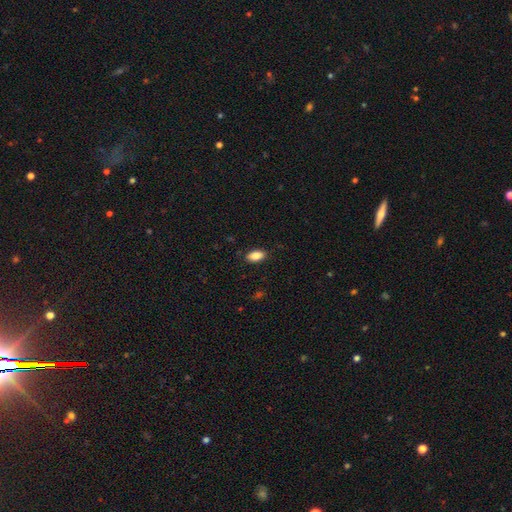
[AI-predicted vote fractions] Morphology: type=smooth (88%); roundness=in between (92%); merging=none (86%).